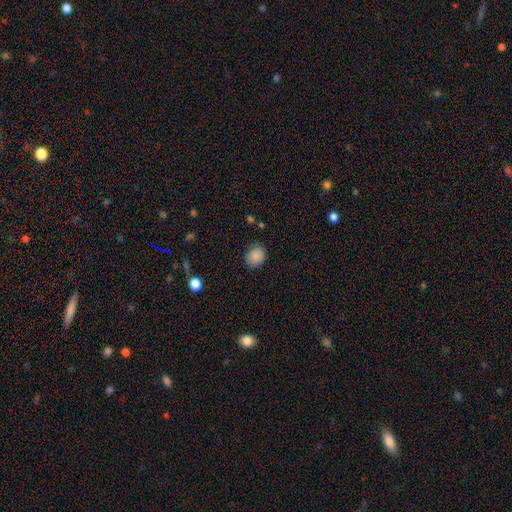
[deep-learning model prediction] A smooth galaxy with no disk features (87%) that is round (60%). Merging: none (84%).